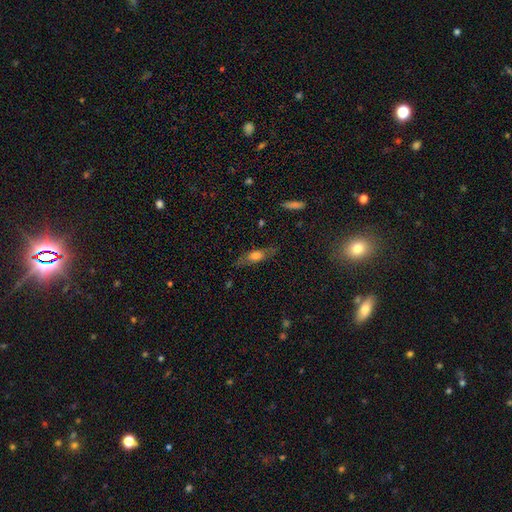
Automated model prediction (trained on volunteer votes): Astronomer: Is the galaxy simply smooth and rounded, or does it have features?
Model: smooth — 57% (runner-up: featured or disk, 34%).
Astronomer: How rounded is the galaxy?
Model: in between — 51% (runner-up: cigar-shaped, 44%).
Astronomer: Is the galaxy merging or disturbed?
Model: none — 76%.